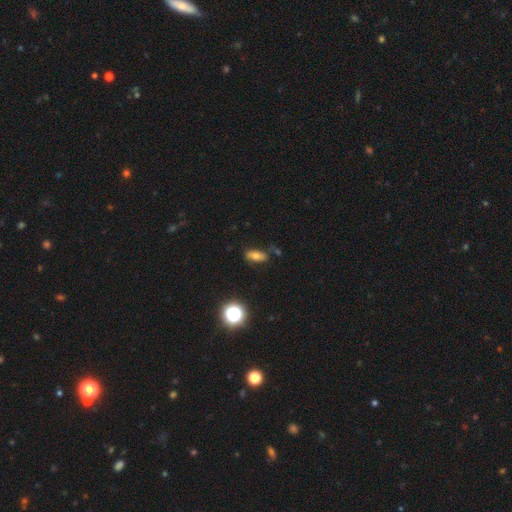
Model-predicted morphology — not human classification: Overall: smooth (63%). How rounded: in between (78%). Merging: none (69%).